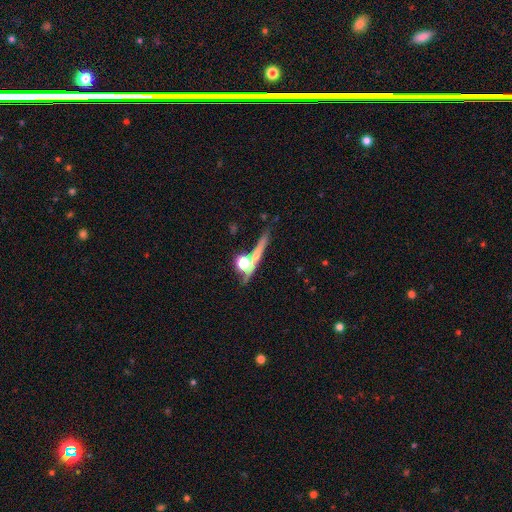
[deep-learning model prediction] Morphology: type=featured or disk (44%); merging=none (64%).